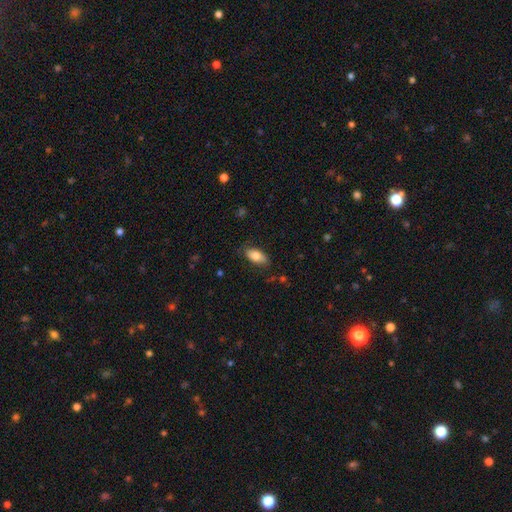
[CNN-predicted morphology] Smooth or featured: smooth — 78% (featured or disk — 16%)
How rounded: in between — 90% (cigar-shaped — 7%)
Merging: none — 76% (minor disturbance — 18%)